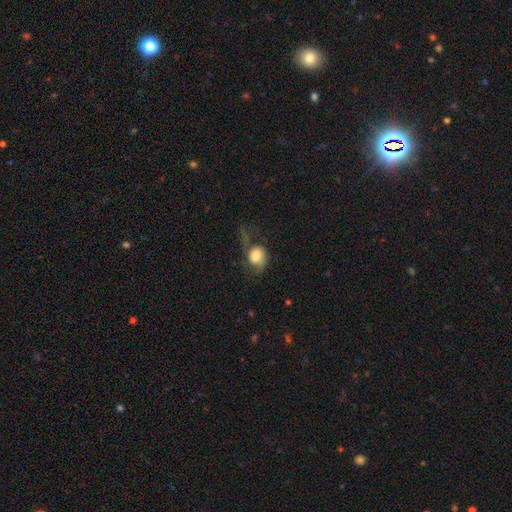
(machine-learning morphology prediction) smooth-or-featured: smooth: 65% | featured or disk: 27% | star or artifact: 8%
  how-rounded: in between: 52% | round: 47% | cigar-shaped: 1%
  merging: major disturbance: 45% | none: 27% | minor disturbance: 24% | merger: 4%